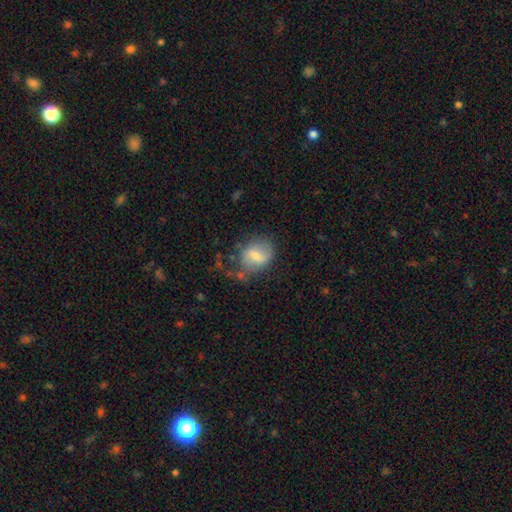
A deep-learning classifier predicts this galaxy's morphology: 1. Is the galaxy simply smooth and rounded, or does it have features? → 56% smooth, 36% featured or disk, 8% star or artifact.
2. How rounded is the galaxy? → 53% round, 45% in between, 2% cigar-shaped.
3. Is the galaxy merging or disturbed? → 54% none, 26% minor disturbance, 14% major disturbance, 6% merger.